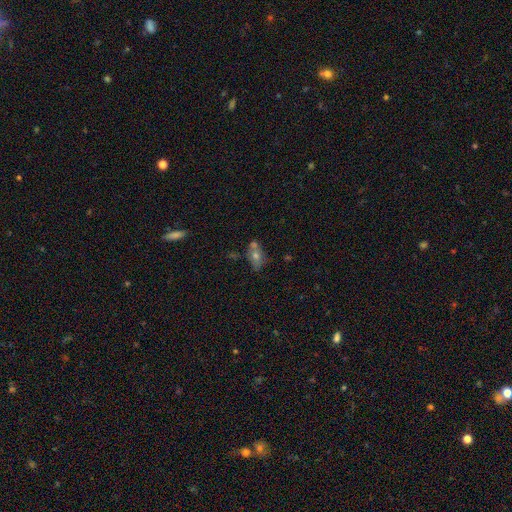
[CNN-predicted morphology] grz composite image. It shows a smooth galaxy with no disk features (57%) that is in between round and cigar-shaped (75%). Merging: none (46%).